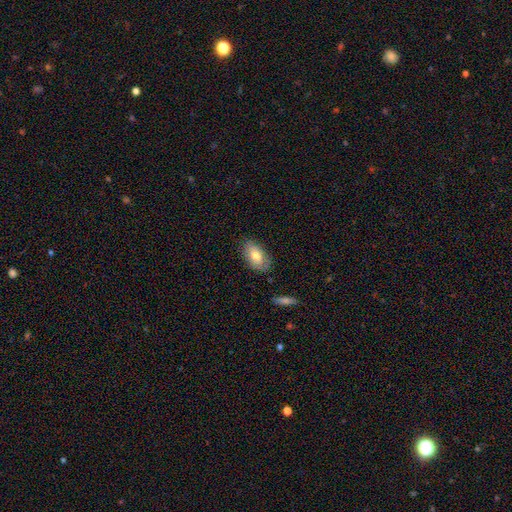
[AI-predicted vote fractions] Smooth or featured?
  - smooth: 76% *
  - featured or disk: 17%
  - star or artifact: 7%
How rounded?
  - in between: 93% *
  - round: 4%
  - cigar-shaped: 3%
Merging?
  - none: 78% *
  - minor disturbance: 17%
  - major disturbance: 3%
  - merger: 2%